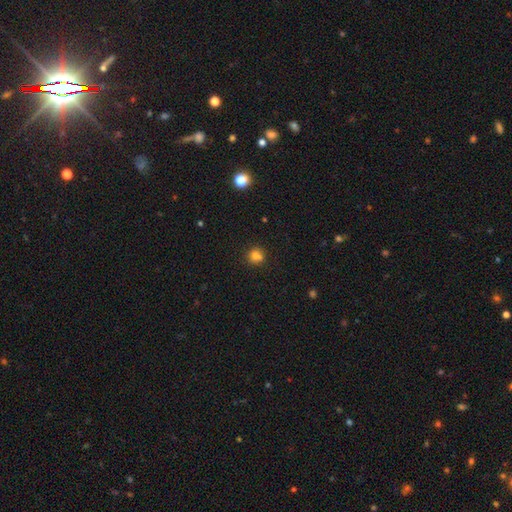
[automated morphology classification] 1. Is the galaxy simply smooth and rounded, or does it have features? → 76% smooth, 14% star or artifact, 9% featured or disk.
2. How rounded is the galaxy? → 87% round, 12% in between, 1% cigar-shaped.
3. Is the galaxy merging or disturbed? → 64% none, 22% merger, 11% minor disturbance, 3% major disturbance.